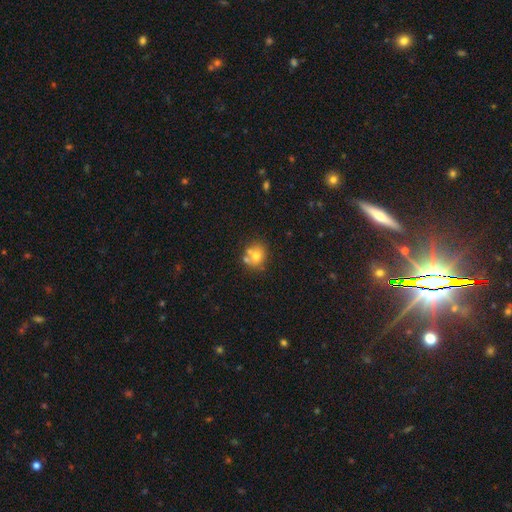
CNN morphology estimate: smooth_or_featured: smooth (p=0.69) [alt: featured or disk p=0.18]
how_rounded: round (p=0.74) [alt: in between p=0.25]
merging: none (p=0.56) [alt: merger p=0.26]